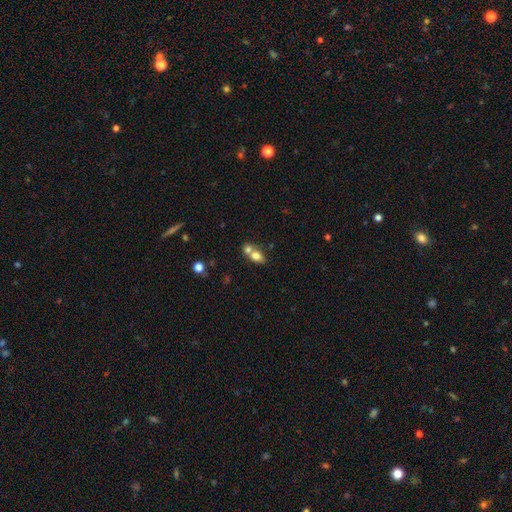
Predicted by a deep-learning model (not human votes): A smooth galaxy with no disk features (73%) that is in between round and cigar-shaped (70%). Merging: merger (57%).